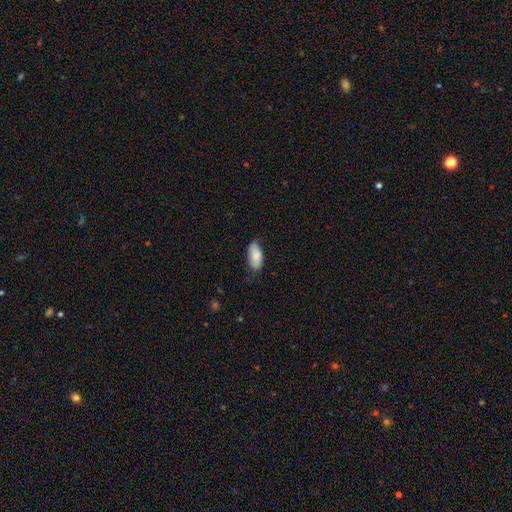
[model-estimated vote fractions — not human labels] Smooth or featured?
  - smooth: 82% *
  - featured or disk: 12%
  - star or artifact: 6%
How rounded?
  - in between: 94% *
  - cigar-shaped: 4%
  - round: 3%
Merging?
  - none: 71% *
  - minor disturbance: 24%
  - major disturbance: 4%
  - merger: 1%